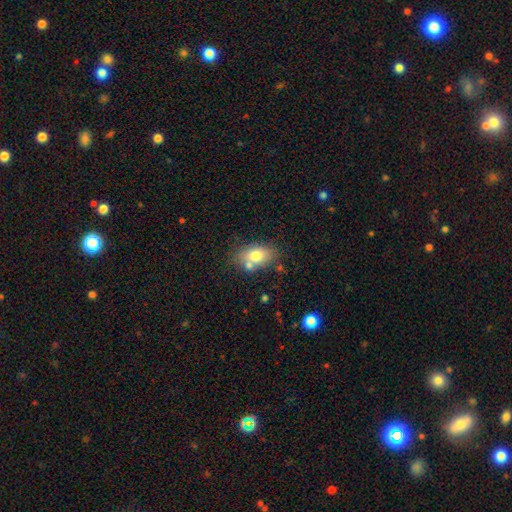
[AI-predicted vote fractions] Smooth or featured?
  - smooth: 75% *
  - featured or disk: 16%
  - star or artifact: 9%
How rounded?
  - in between: 84% *
  - round: 14%
  - cigar-shaped: 2%
Merging?
  - none: 64% *
  - minor disturbance: 17%
  - merger: 15%
  - major disturbance: 5%